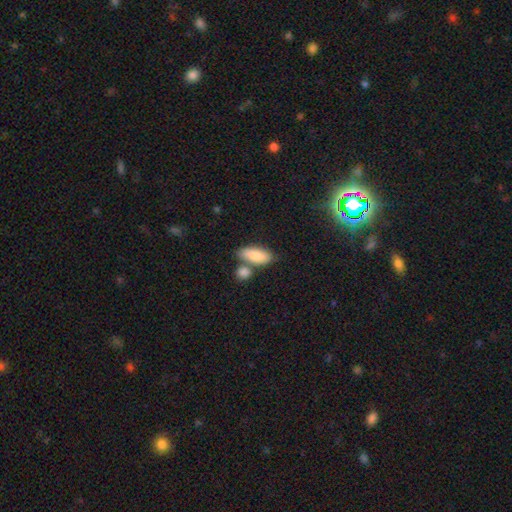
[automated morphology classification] The model was most divided on "merging": none: 52%, merger: 29%, minor disturbance: 14%, major disturbance: 5%. More confident: smooth or featured — smooth (86%); how rounded — in between (81%).